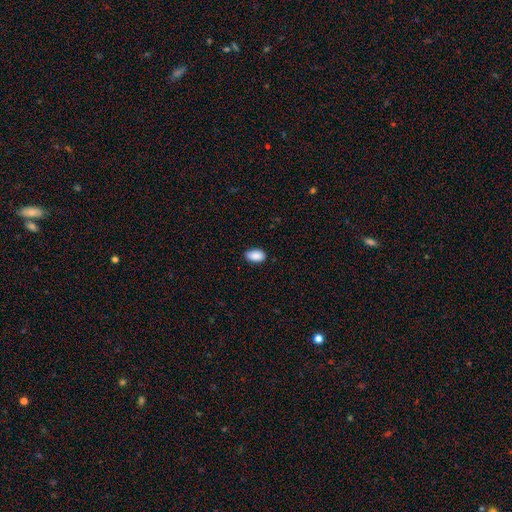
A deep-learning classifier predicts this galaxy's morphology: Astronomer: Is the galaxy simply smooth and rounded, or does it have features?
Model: smooth — 90%.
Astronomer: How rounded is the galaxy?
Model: in between — 92%.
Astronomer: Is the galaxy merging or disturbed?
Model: none — 85%.